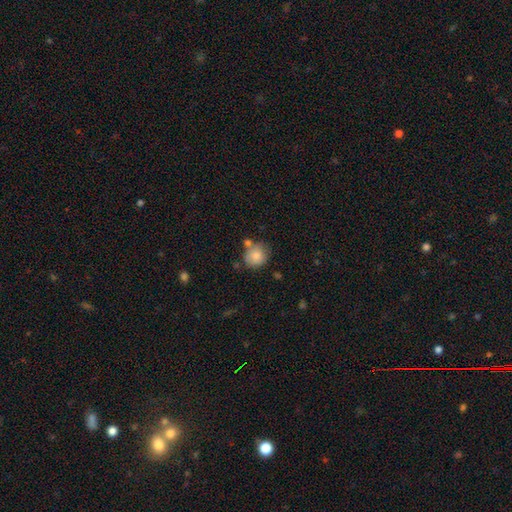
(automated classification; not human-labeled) Morphology: type=smooth (82%); roundness=round (84%); merging=none (64%).